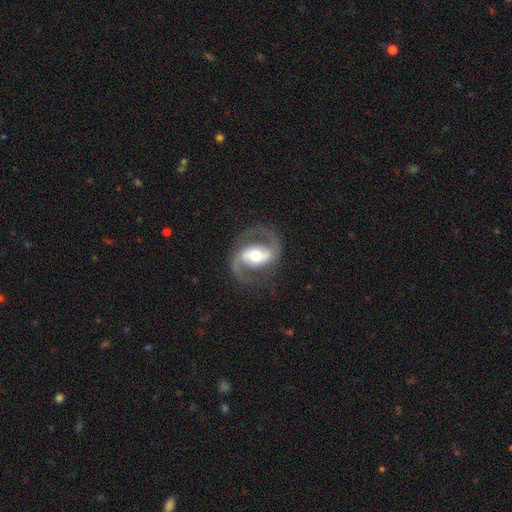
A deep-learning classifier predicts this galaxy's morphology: smooth_or_featured: featured or disk (p=0.89) [alt: smooth p=0.07]
disk_edge_on: no (p=0.97) [alt: yes p=0.03]
bar: strong (p=0.40) [alt: weak p=0.34]
has_spiral_arms: yes (p=0.94) [alt: no p=0.06]
spiral_winding: medium (p=0.57) [alt: loose p=0.30]
spiral_arm_count: 2 (p=0.93) [alt: 1 p=0.02]
bulge_size: moderate (p=0.66) [alt: large p=0.19]
merging: none (p=0.80) [alt: minor disturbance p=0.11]